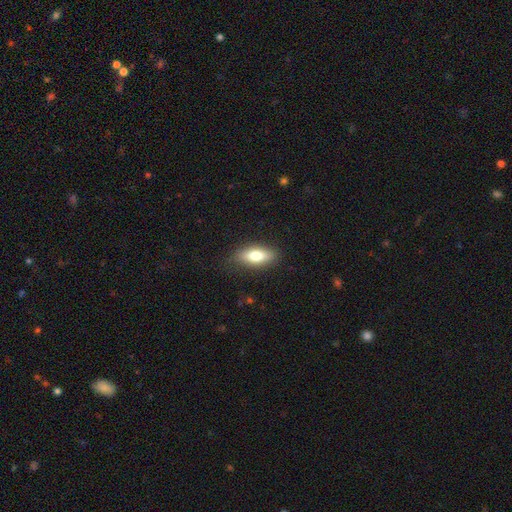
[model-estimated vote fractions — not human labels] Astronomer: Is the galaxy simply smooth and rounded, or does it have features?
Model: smooth — 73%.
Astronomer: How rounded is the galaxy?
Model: in between — 74%.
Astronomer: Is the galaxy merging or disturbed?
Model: none — 82%.